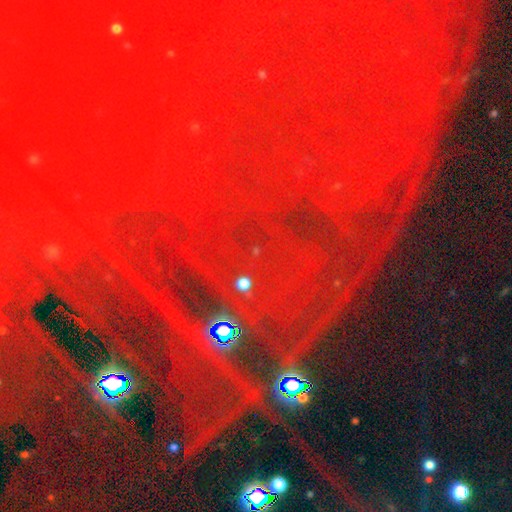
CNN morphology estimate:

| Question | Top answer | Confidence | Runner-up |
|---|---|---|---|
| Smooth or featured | star or artifact | 86% | featured or disk (8%) |